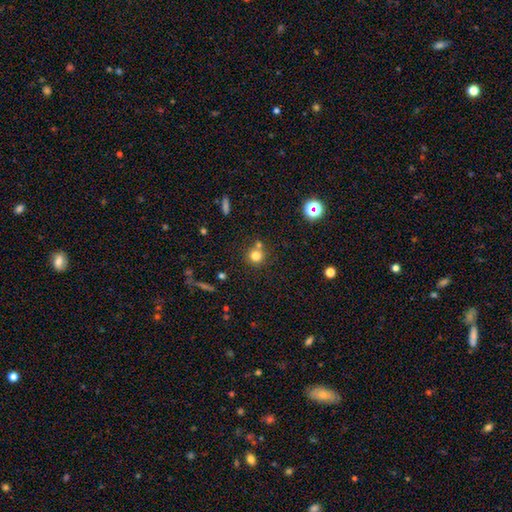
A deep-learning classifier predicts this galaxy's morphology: smooth 77%, star or artifact 15%, featured or disk 8%. Down the decision tree: how rounded — round (91%); merging — none (67%).